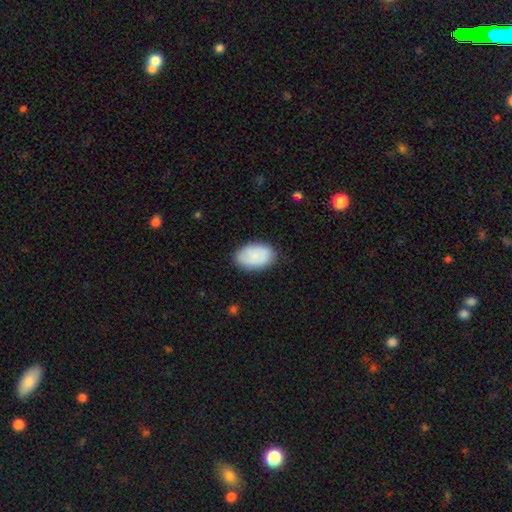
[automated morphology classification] Smooth or featured?
  - smooth: 86% *
  - featured or disk: 8%
  - star or artifact: 6%
How rounded?
  - in between: 91% *
  - round: 8%
  - cigar-shaped: 1%
Merging?
  - none: 84% *
  - minor disturbance: 12%
  - major disturbance: 3%
  - merger: 1%